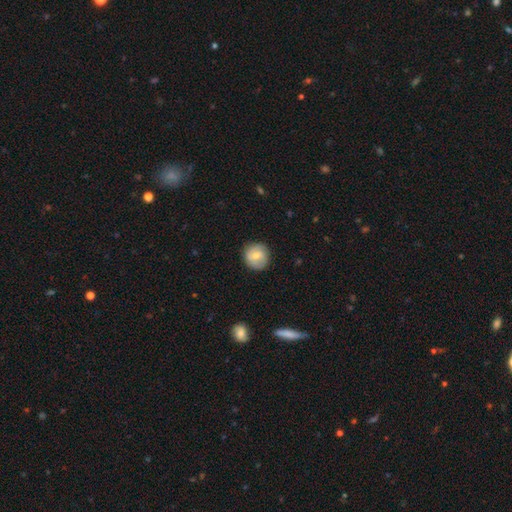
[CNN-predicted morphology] Q: Smooth or featured?
A: smooth (57%); runner-up: featured or disk (36%)
Q: How rounded?
A: round (91%); runner-up: in between (8%)
Q: Merging?
A: none (84%); runner-up: minor disturbance (12%)